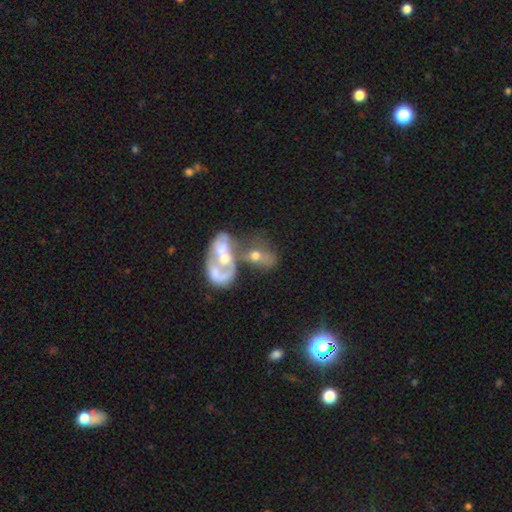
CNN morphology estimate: A featured or disk galaxy (52%).

Vote fractions:
- Smooth or featured? featured or disk: 52% / smooth: 37% / star or artifact: 11%
- Edge-on disk? no: 96% / yes: 4%
- Merging? merger: 70% / major disturbance: 14% / none: 10% / minor disturbance: 6%